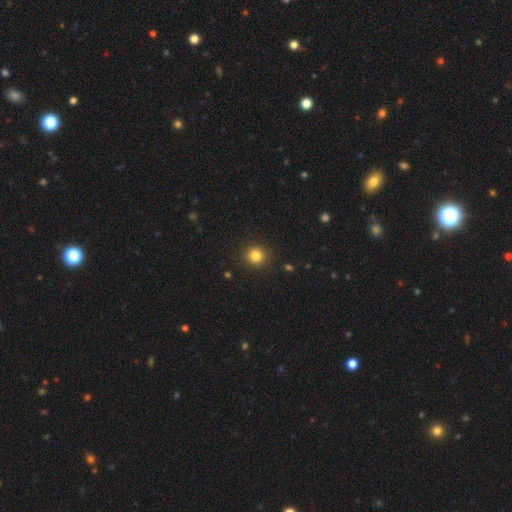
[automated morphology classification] This is clearly a smooth galaxy (83%). How rounded: clearly round (94%). Merging: clearly none (91%).